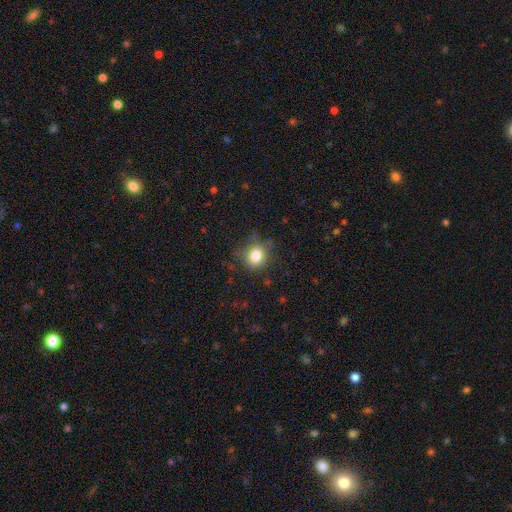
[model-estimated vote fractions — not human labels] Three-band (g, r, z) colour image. It shows a smooth galaxy with no disk features (82%) that is round (74%). Merging: none (76%).